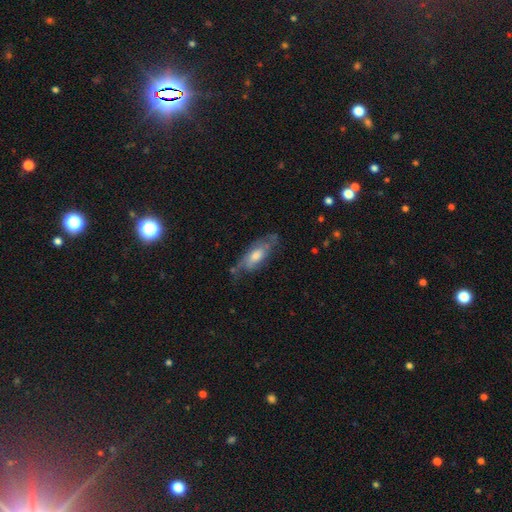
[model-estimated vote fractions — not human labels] Overall: featured or disk (51%; smooth 41%). Edge-on disk: no (73%). Merging: none (57%; minor disturbance 28%).